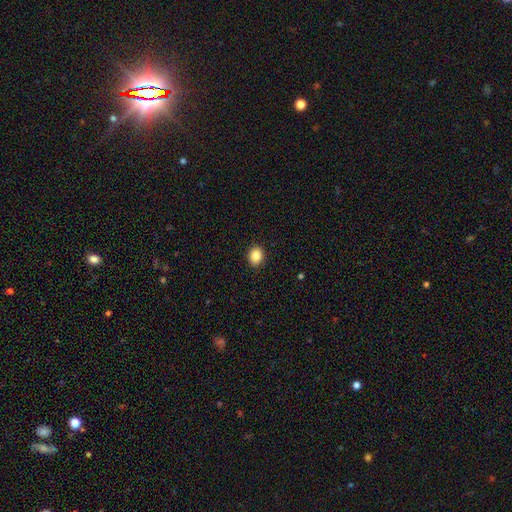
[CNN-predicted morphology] Overall: smooth (86%). How rounded: round (54%; in between 45%). Merging: none (91%).